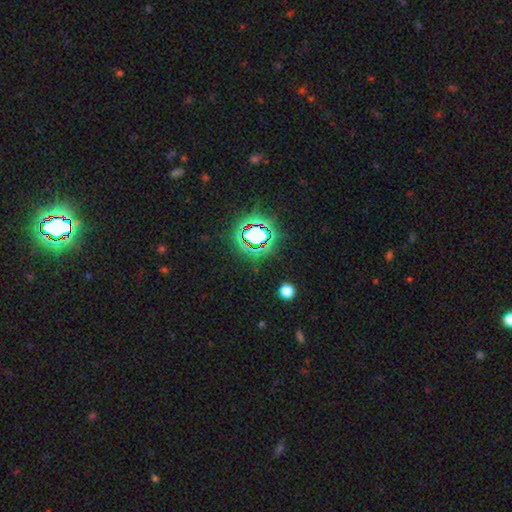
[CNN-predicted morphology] Smooth or featured? star or artifact (77%)